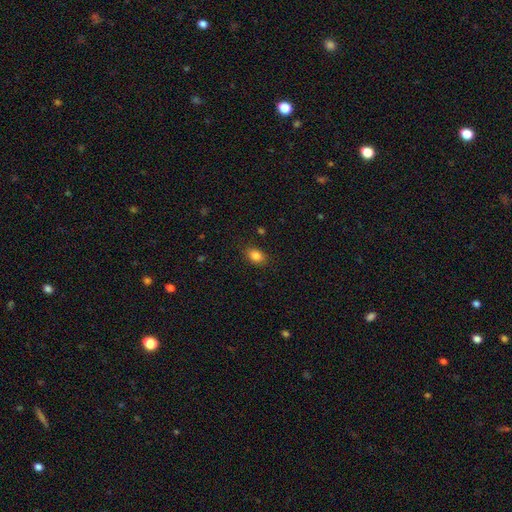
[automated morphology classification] A smooth galaxy with no disk features (84%) that is in between round and cigar-shaped (77%). Merging: none (85%).